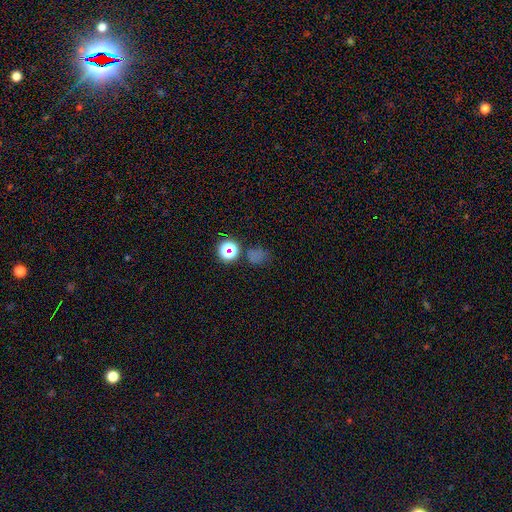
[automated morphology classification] Smooth or featured?
  - smooth: 53% *
  - star or artifact: 40%
  - featured or disk: 7%
How rounded?
  - round: 73% *
  - in between: 26%
  - cigar-shaped: 1%
Merging?
  - none: 68% *
  - minor disturbance: 15%
  - merger: 9%
  - major disturbance: 8%